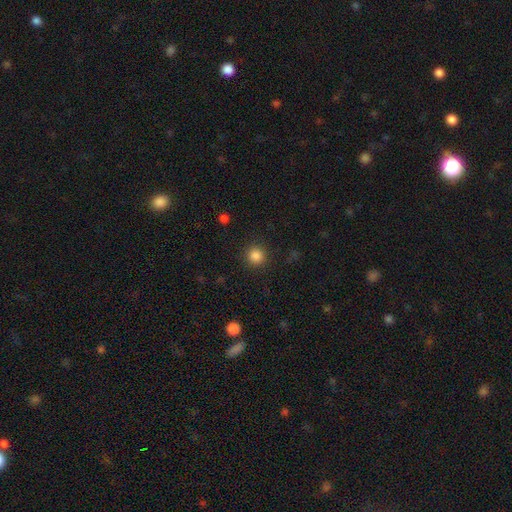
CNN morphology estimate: Overall: smooth (85%). How rounded: round (94%). Merging: none (91%).